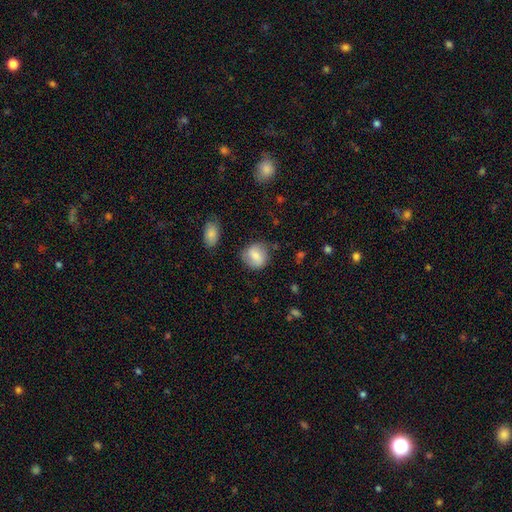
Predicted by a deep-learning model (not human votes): The model was most divided on "smooth or featured": smooth: 71%, featured or disk: 21%, star or artifact: 7%. More confident: how rounded — round (79%); merging — none (76%).